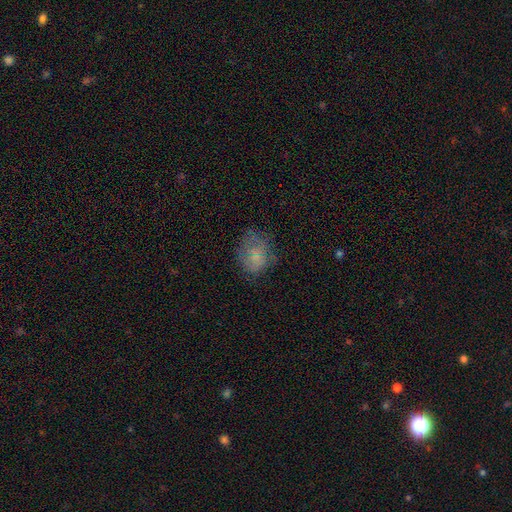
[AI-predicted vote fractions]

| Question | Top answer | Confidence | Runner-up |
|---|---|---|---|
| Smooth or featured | smooth | 62% | featured or disk (24%) |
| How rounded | in between | 53% | round (46%) |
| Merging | none | 52% | minor disturbance (26%) |